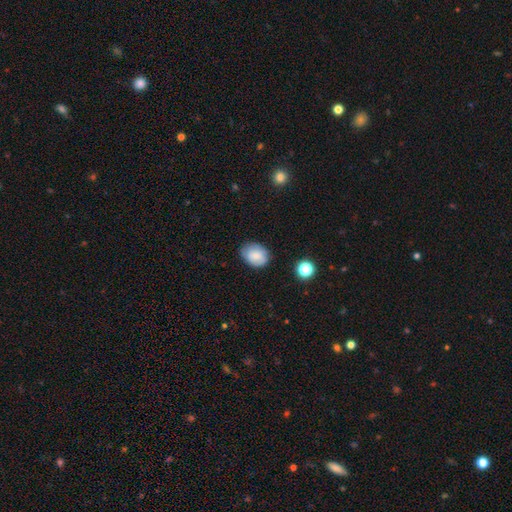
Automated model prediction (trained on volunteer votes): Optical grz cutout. It shows a smooth galaxy with no disk features (81%) that is in between round and cigar-shaped (61%). Merging: none (76%).